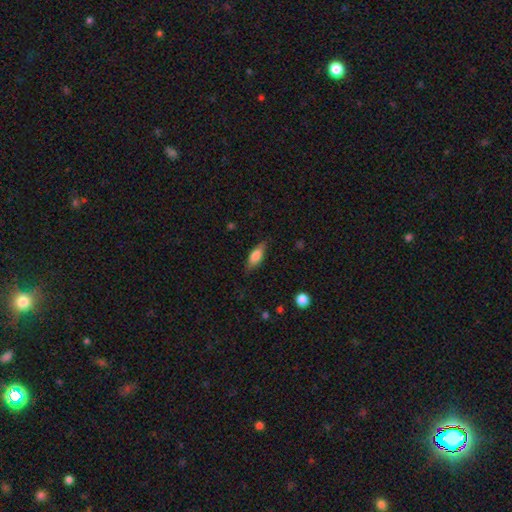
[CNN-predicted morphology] Smooth or featured? Predicted: smooth (p=0.73). How rounded? Predicted: in between (p=0.69). Merging? Predicted: none (p=0.79).